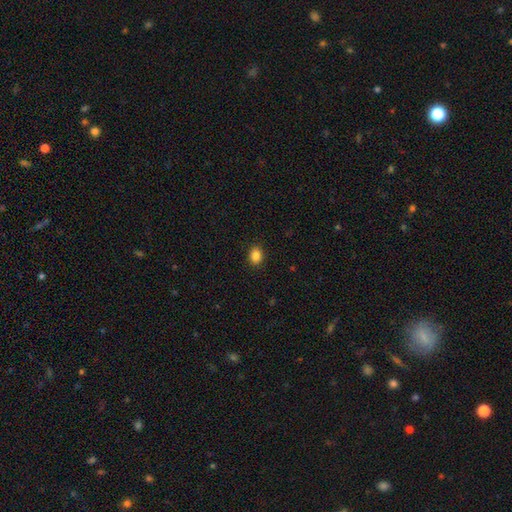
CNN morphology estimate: A smooth galaxy with no disk features (86%) that is in between round and cigar-shaped (55%).

Vote fractions:
- Smooth or featured? smooth: 86% / star or artifact: 10% / featured or disk: 4%
- How rounded? in between: 55% / round: 44% / cigar-shaped: 1%
- Merging? none: 90% / minor disturbance: 7% / major disturbance: 2% / merger: 1%